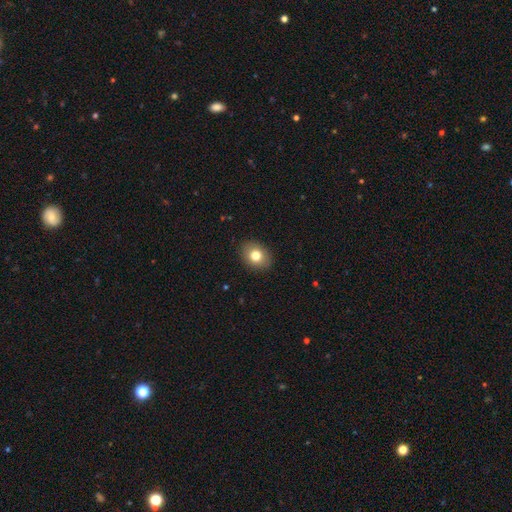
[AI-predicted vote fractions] Smooth or featured? smooth (78%)
How rounded? in between (59%)
Merging? none (89%)